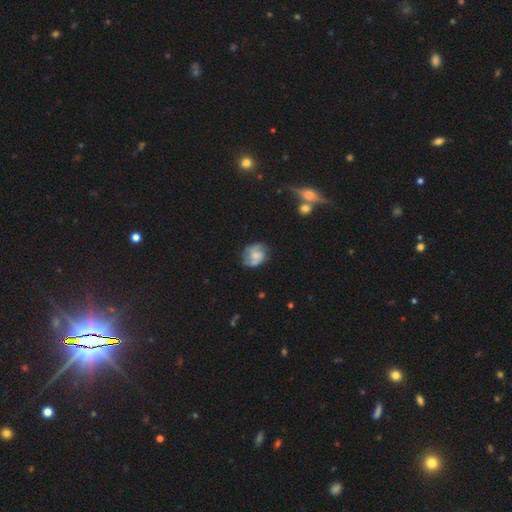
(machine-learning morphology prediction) A featured or disk galaxy (66%) with no bar (61%), 2 (71%) medium (47%) spiral arms (93%) and a small central bulge (40%).

Vote fractions:
- Smooth or featured? featured or disk: 66% / smooth: 27% / star or artifact: 7%
- Edge-on disk? no: 98% / yes: 2%
- Bar? no: 61% / weak: 34% / strong: 5%
- Spiral arms? yes: 93% / no: 7%
- Spiral winding? medium: 47% / tight: 32% / loose: 21%
- Spiral arm count? 2: 71% / can't tell: 12% / 3: 10% / 1: 3% / 4: 2% / more than 4: 2%
- Bulge size? small: 40% / moderate: 36% / none: 17% / large: 6% / dominant: 1%
- Merging? none: 72% / minor disturbance: 20% / major disturbance: 6% / merger: 2%